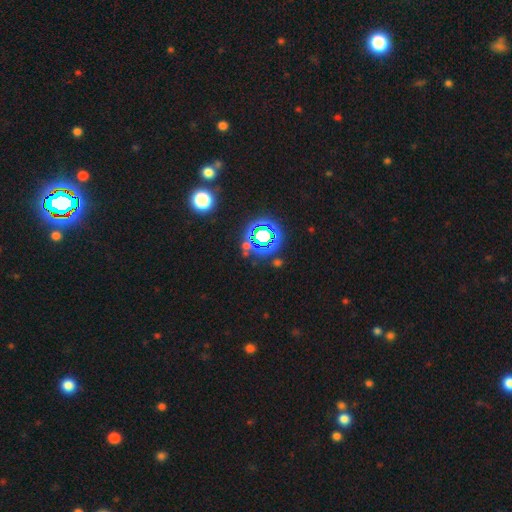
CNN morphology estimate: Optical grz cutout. It shows a star or artifact, not a galaxy (79%).